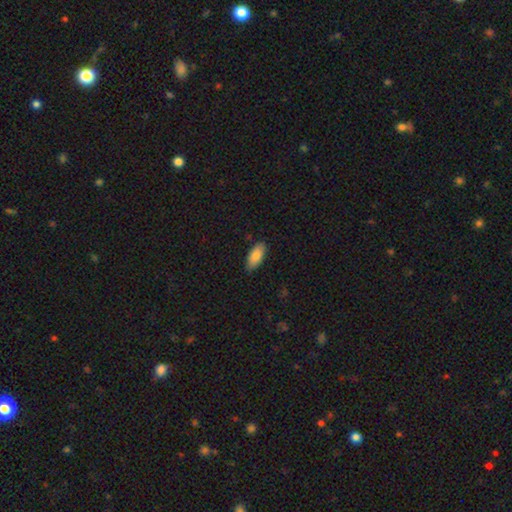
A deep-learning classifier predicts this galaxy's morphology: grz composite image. It shows a smooth galaxy with no disk features (84%) that is in between round and cigar-shaped (86%). Merging: none (85%).